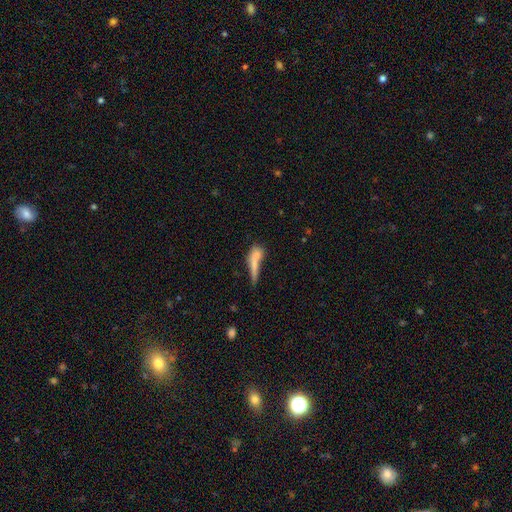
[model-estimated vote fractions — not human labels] This is possibly a smooth galaxy (47%). Merging: possibly none (55%).